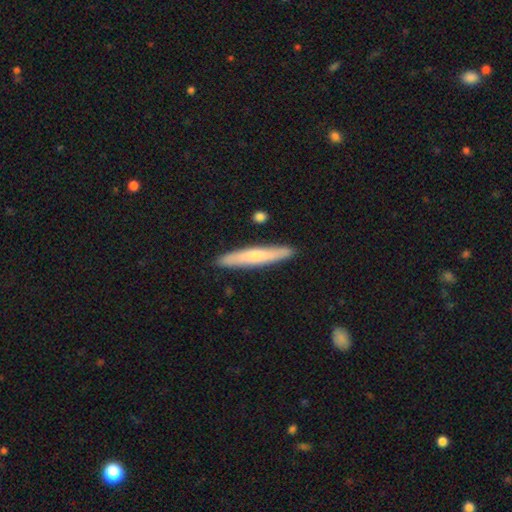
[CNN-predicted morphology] Smooth or featured: smooth — 58% (featured or disk — 37%)
How rounded: cigar-shaped — 93% (in between — 5%)
Merging: none — 89% (minor disturbance — 8%)